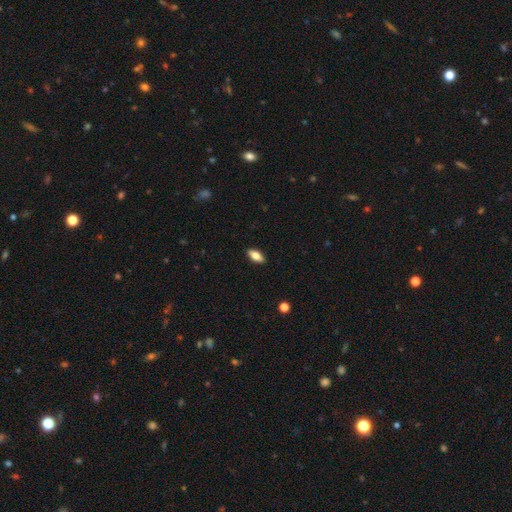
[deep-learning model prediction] This is likely a smooth galaxy (77%). How rounded: clearly in between (84%). Merging: clearly none (90%).